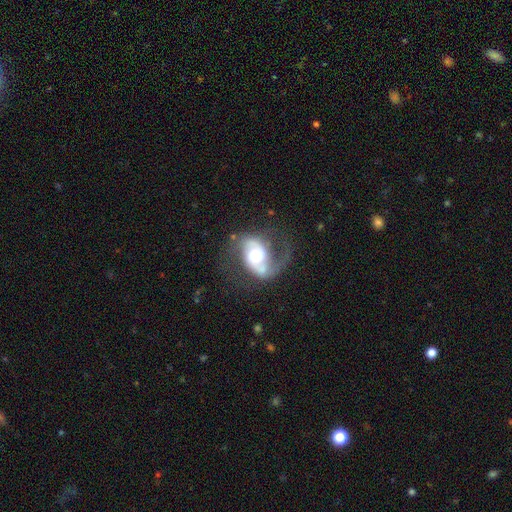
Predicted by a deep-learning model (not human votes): Q: Smooth or featured?
A: featured or disk (83%); runner-up: smooth (12%)
Q: Edge-on disk?
A: no (97%); runner-up: yes (3%)
Q: Bar?
A: no (53%); runner-up: weak (32%)
Q: Spiral arms?
A: yes (93%); runner-up: no (7%)
Q: Spiral winding?
A: medium (45%); runner-up: loose (42%)
Q: Spiral arm count?
A: 2 (80%); runner-up: 1 (14%)
Q: Bulge size?
A: moderate (53%); runner-up: large (34%)
Q: Merging?
A: none (52%); runner-up: major disturbance (24%)